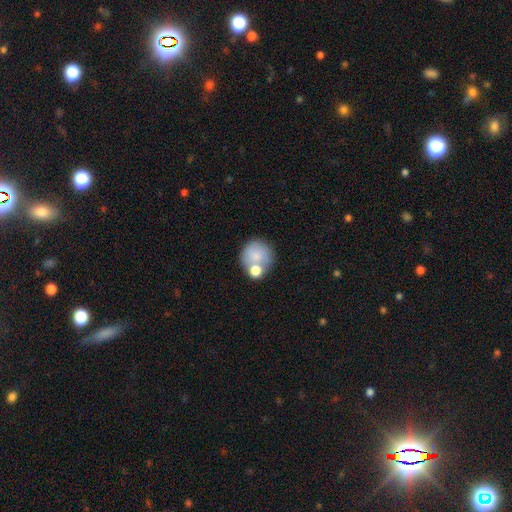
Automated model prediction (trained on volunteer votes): The model was most divided on "merging": none: 47%, merger: 34%, minor disturbance: 13%, major disturbance: 6%. More confident: how rounded — round (85%); smooth or featured — smooth (76%).